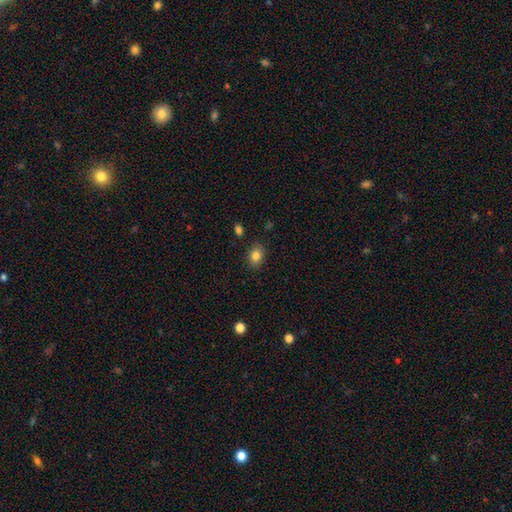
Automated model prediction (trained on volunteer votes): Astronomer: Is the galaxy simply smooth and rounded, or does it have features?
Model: smooth — 83%.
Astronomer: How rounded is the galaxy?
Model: in between — 62%.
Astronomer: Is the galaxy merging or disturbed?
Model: none — 86%.